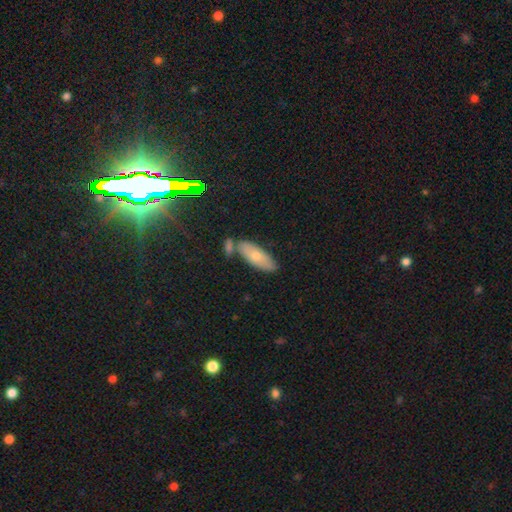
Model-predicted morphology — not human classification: smooth-or-featured: smooth: 72% | featured or disk: 21% | star or artifact: 7%
  how-rounded: in between: 71% | cigar-shaped: 26% | round: 3%
  merging: none: 68% | minor disturbance: 15% | merger: 14% | major disturbance: 3%